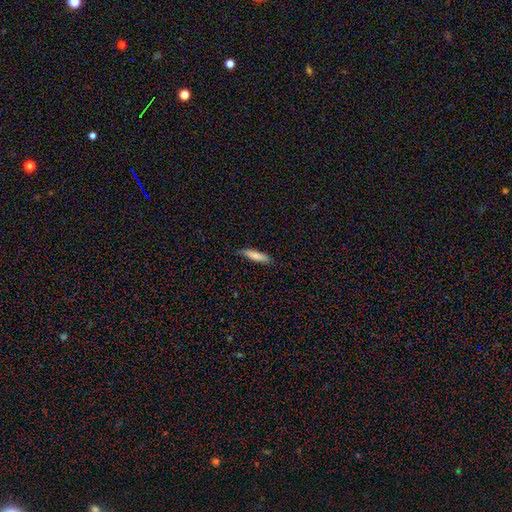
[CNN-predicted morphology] Q: Smooth or featured?
A: smooth (80%); runner-up: featured or disk (14%)
Q: How rounded?
A: cigar-shaped (76%); runner-up: in between (23%)
Q: Merging?
A: none (81%); runner-up: minor disturbance (16%)